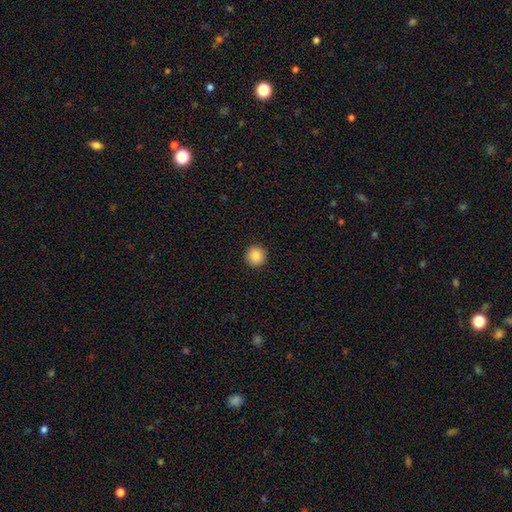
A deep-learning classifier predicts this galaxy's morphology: This is clearly a smooth galaxy (87%). How rounded: clearly round (95%). Merging: clearly none (93%).